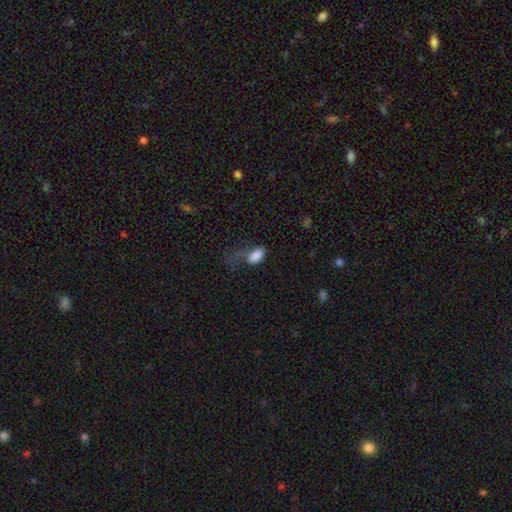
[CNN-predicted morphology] The model was most divided on "merging": major disturbance: 38%, none: 32%, minor disturbance: 25%, merger: 5%. More confident: how rounded — in between (92%); smooth or featured — smooth (85%).